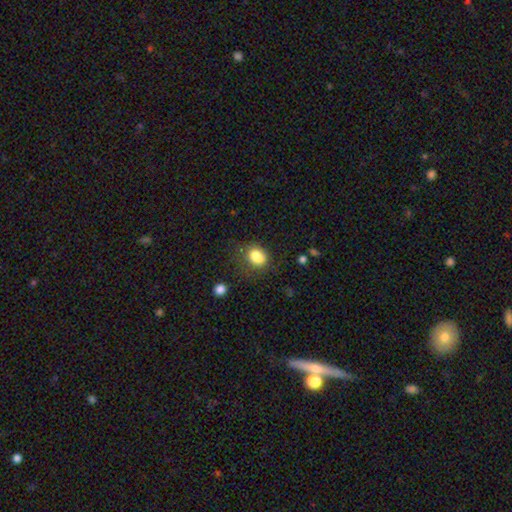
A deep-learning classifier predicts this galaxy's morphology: Smooth or featured? Predicted: smooth (p=0.82). How rounded? Predicted: in between (p=0.53). Merging? Predicted: none (p=0.60).